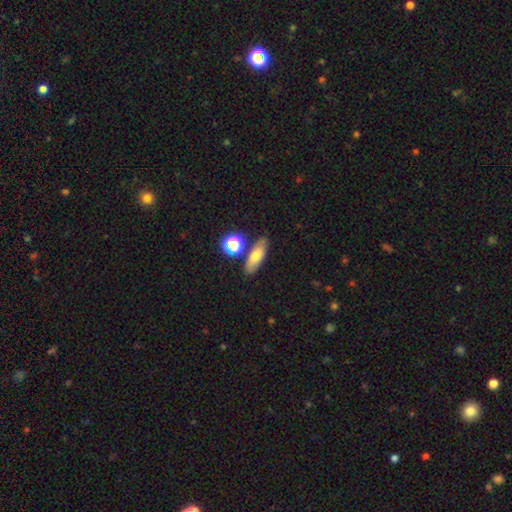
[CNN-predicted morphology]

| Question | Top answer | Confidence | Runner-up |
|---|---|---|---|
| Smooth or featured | smooth | 67% | featured or disk (21%) |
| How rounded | in between | 60% | cigar-shaped (31%) |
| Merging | none | 77% | minor disturbance (12%) |